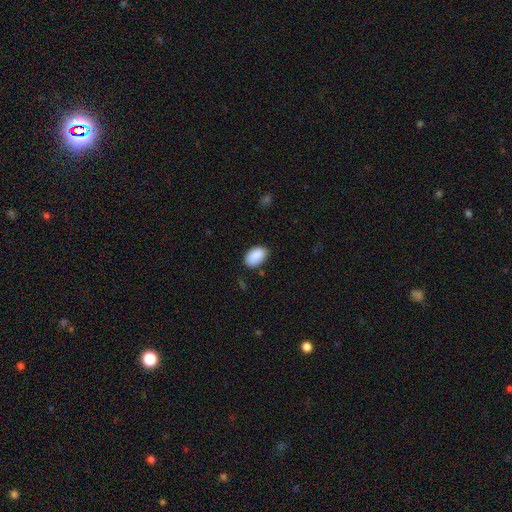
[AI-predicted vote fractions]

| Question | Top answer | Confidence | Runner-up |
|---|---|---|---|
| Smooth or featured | smooth | 90% | star or artifact (6%) |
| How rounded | in between | 92% | round (6%) |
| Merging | none | 78% | minor disturbance (17%) |